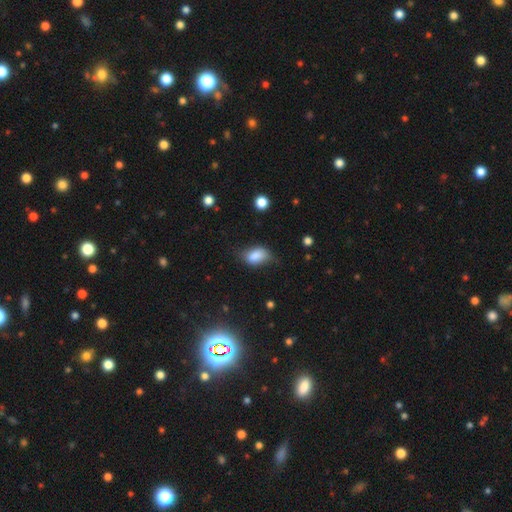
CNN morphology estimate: The model was most divided on "merging": none: 55%, minor disturbance: 32%, major disturbance: 11%, merger: 2%. More confident: how rounded — in between (87%); smooth or featured — smooth (82%).